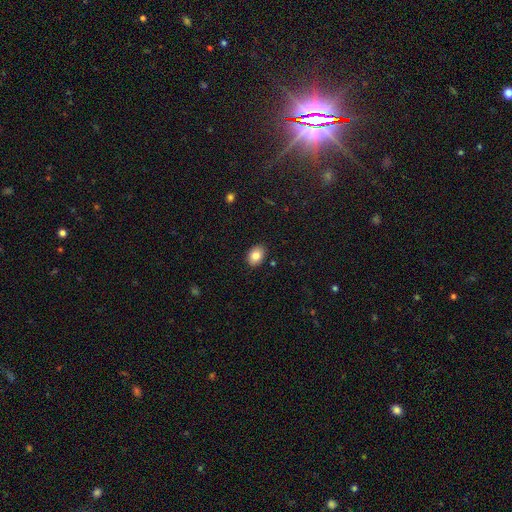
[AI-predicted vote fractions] smooth 84%, star or artifact 8%, featured or disk 8%. Down the decision tree: how rounded — in between (77%); merging — none (89%).